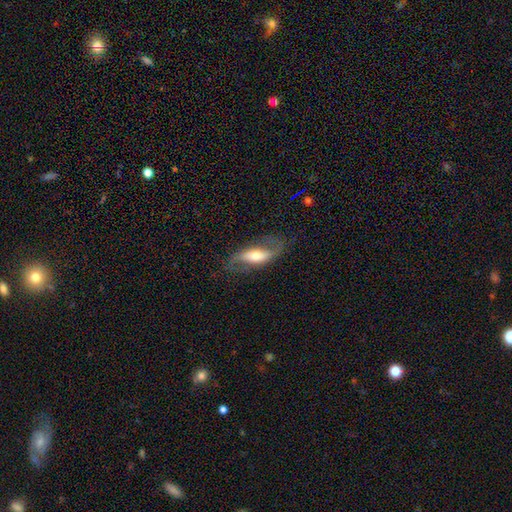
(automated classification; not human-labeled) Smooth or featured? Predicted: featured or disk (p=0.74). Edge-on disk? Predicted: no (p=0.86). Bar? Predicted: strong (p=0.34, tied with weak). Spiral arms? Predicted: yes (p=0.91). Spiral winding? Predicted: loose (p=0.69). Spiral arm count? Predicted: 2 (p=0.90). Bulge size? Predicted: moderate (p=0.52). Merging? Predicted: none (p=0.72).